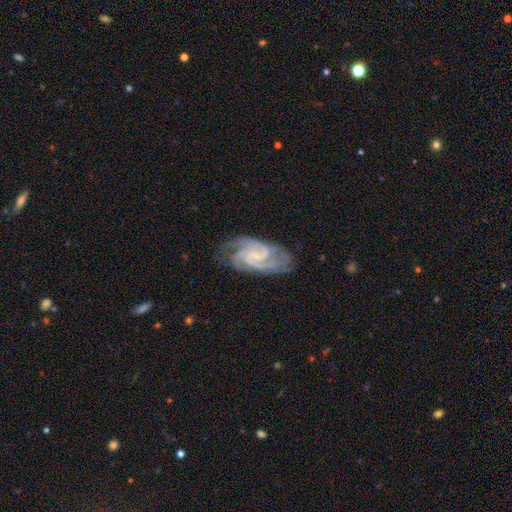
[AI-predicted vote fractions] A featured or disk galaxy (91%) with no bar (46%), 3 (38%) tight (51%) spiral arms (98%) and a small central bulge (70%). Merging: none (76%).